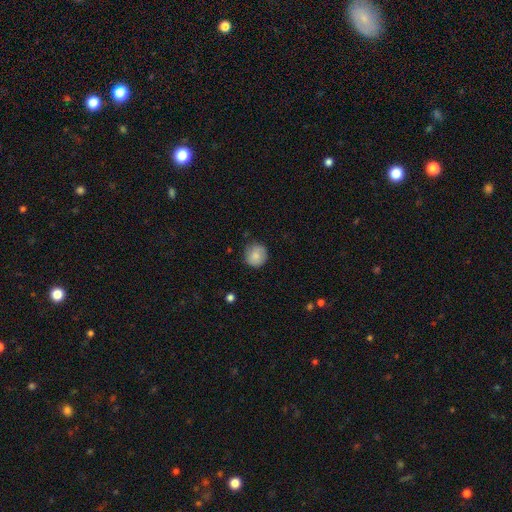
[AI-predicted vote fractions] smooth 82%, featured or disk 10%, star or artifact 7%. Down the decision tree: how rounded — round (91%); merging — none (79%).